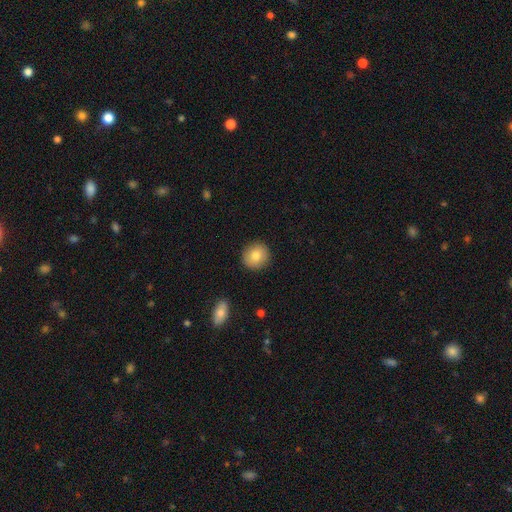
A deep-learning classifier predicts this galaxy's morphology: Overall: smooth (82%). How rounded: round (89%). Merging: none (90%).